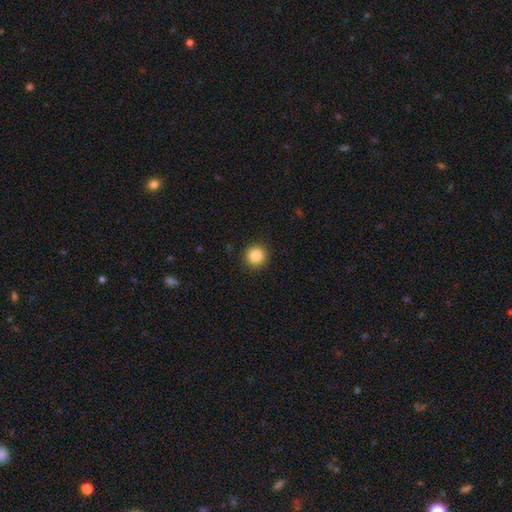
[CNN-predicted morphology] Smooth or featured? Predicted: smooth (p=0.84). How rounded? Predicted: round (p=0.94). Merging? Predicted: none (p=0.92).